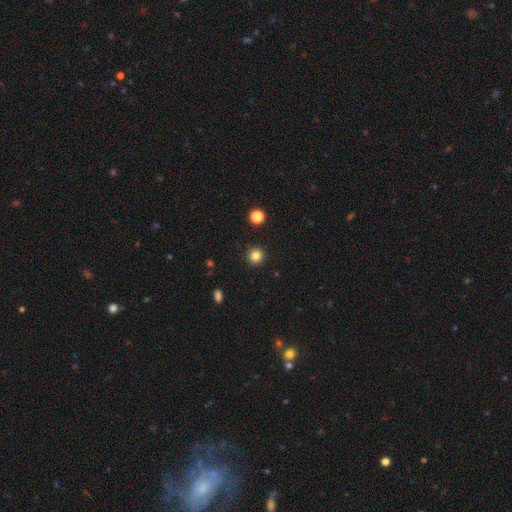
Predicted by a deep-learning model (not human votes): Overall: smooth (83%). How rounded: round (96%). Merging: none (93%).